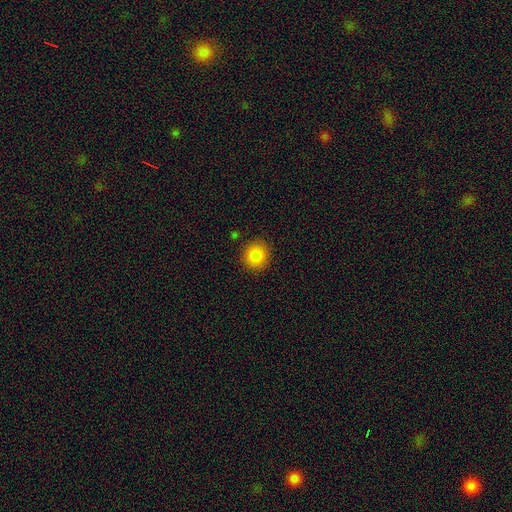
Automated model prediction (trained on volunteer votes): Smooth or featured: smooth — 86% (star or artifact — 10%)
How rounded: round — 90% (in between — 9%)
Merging: none — 90% (minor disturbance — 7%)